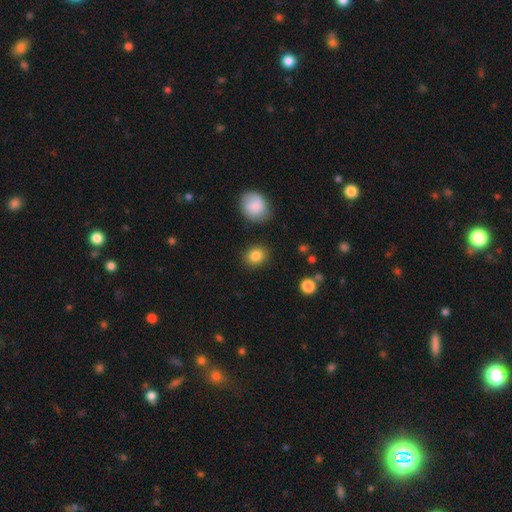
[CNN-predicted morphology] A smooth galaxy with no disk features (85%) that is round (65%).

Vote fractions:
- Smooth or featured? smooth: 85% / star or artifact: 9% / featured or disk: 6%
- How rounded? round: 65% / in between: 34% / cigar-shaped: 1%
- Merging? none: 87% / minor disturbance: 8% / major disturbance: 3% / merger: 2%